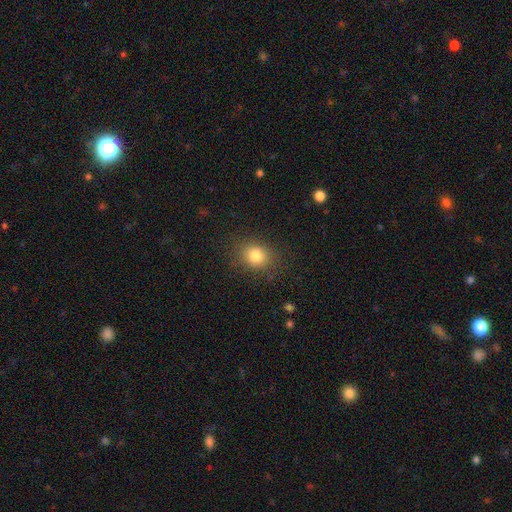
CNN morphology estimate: smooth-or-featured: smooth: 81% | star or artifact: 12% | featured or disk: 7%
  how-rounded: round: 66% | in between: 33% | cigar-shaped: 1%
  merging: none: 84% | minor disturbance: 11% | major disturbance: 4% | merger: 1%